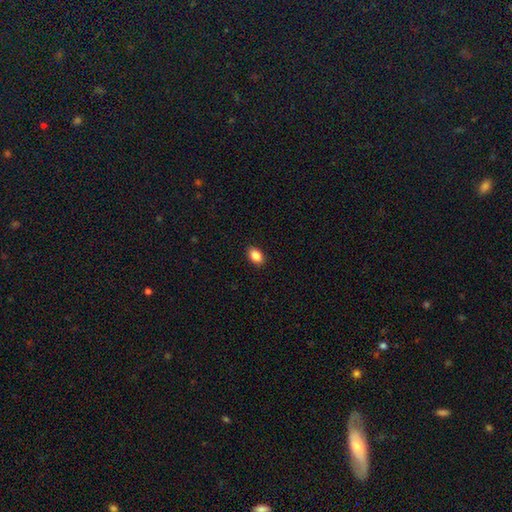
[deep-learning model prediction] Smooth or featured?
  - smooth: 87% *
  - star or artifact: 8%
  - featured or disk: 4%
How rounded?
  - in between: 87% *
  - round: 11%
  - cigar-shaped: 1%
Merging?
  - none: 90% *
  - minor disturbance: 7%
  - major disturbance: 2%
  - merger: 1%